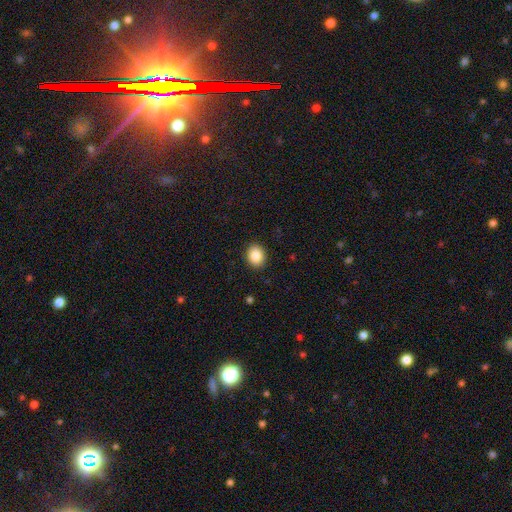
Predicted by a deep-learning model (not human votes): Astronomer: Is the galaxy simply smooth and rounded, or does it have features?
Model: smooth — 87%.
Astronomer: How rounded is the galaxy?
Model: round — 53% (runner-up: in between, 47%).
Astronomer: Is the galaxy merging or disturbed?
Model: none — 91%.